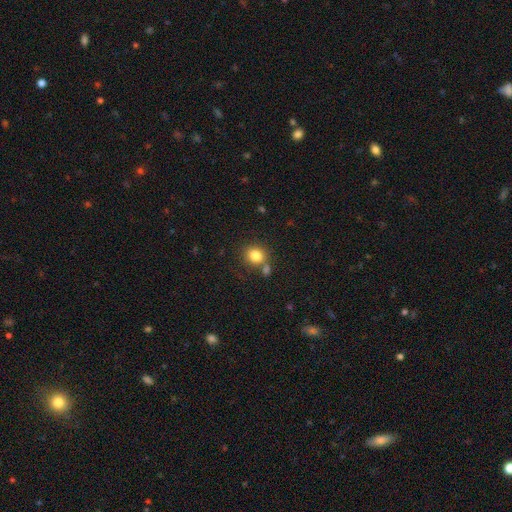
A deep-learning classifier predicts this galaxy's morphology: This appears to be a smooth galaxy with no disk features (82%) that is round (76%). Merging: none (68%).